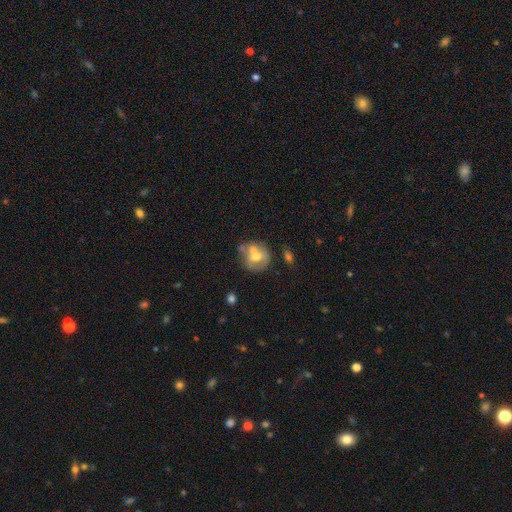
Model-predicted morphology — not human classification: smooth_or_featured: featured or disk (p=0.46) [tied with: smooth p=0.46]
merging: none (p=0.38) [tied with: merger p=0.38]